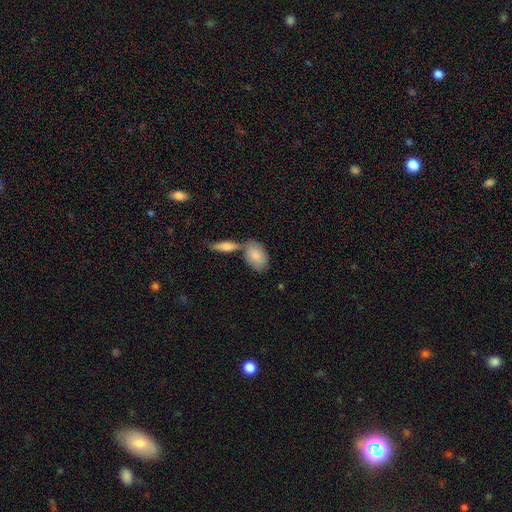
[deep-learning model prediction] smooth 81%, featured or disk 13%, star or artifact 5%. Down the decision tree: how rounded — in between (90%); merging — none (50%).